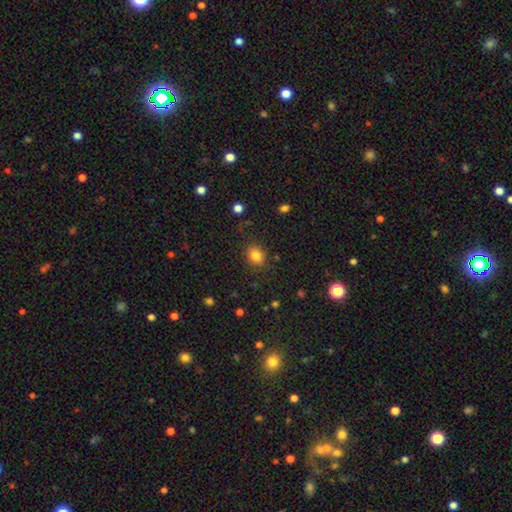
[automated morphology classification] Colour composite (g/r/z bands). It shows a smooth galaxy with no disk features (83%) that is round (54%). Merging: none (84%).